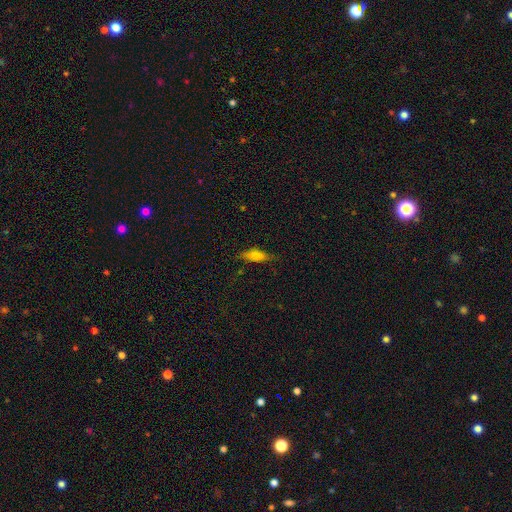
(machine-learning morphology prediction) smooth_or_featured: smooth (p=0.60) [alt: featured or disk p=0.32]
how_rounded: in between (p=0.50) [alt: cigar-shaped p=0.47]
merging: none (p=0.76) [alt: minor disturbance p=0.18]